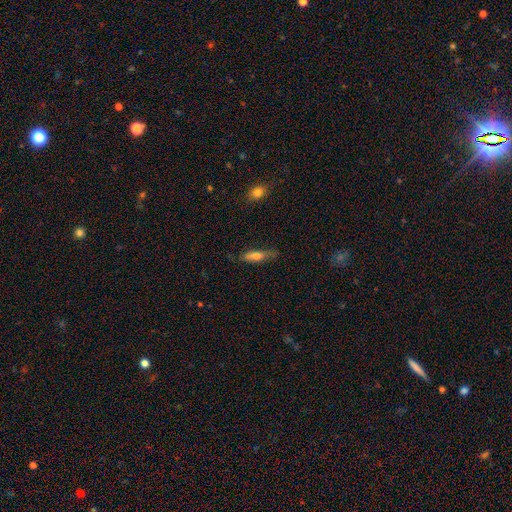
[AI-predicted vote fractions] A smooth galaxy with no disk features (63%) that is cigar-shaped (66%).

Vote fractions:
- Smooth or featured? smooth: 63% / featured or disk: 30% / star or artifact: 7%
- How rounded? cigar-shaped: 66% / in between: 32% / round: 2%
- Merging? none: 74% / minor disturbance: 20% / major disturbance: 5% / merger: 2%